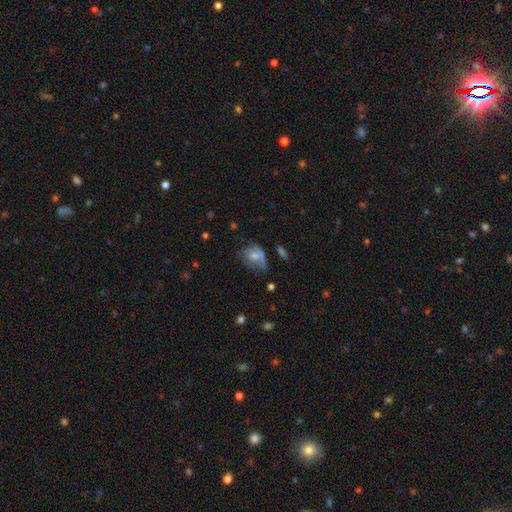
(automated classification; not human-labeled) Smooth or featured: smooth — 57% (featured or disk — 32%)
How rounded: in between — 61% (round — 37%)
Merging: none — 33% (minor disturbance — 31%)